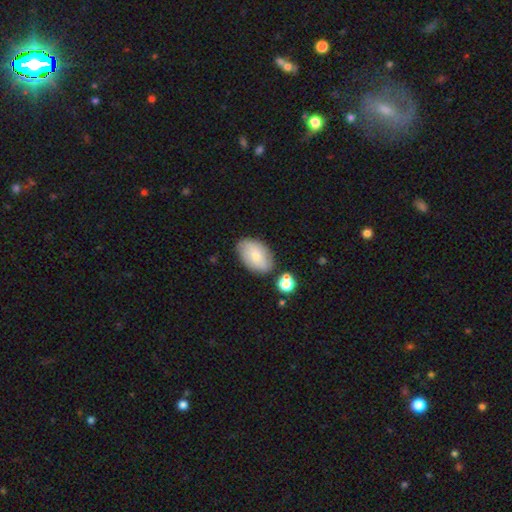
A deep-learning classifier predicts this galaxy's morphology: The model was most divided on "smooth or featured": smooth: 64%, featured or disk: 28%, star or artifact: 8%. More confident: how rounded — in between (89%); merging — none (76%).